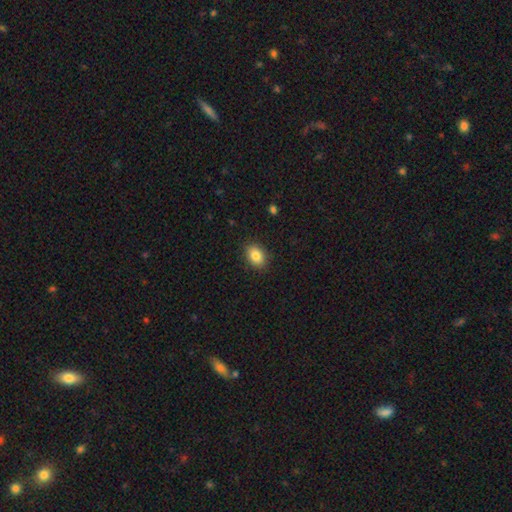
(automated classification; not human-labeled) Smooth or featured? Predicted: smooth (p=0.85). How rounded? Predicted: in between (p=0.77). Merging? Predicted: none (p=0.88).